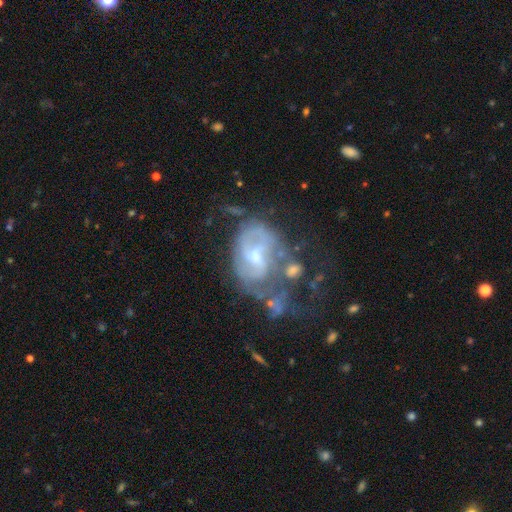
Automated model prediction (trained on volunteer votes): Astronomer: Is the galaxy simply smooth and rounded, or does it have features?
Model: featured or disk — 75%.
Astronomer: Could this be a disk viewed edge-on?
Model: no — 97%.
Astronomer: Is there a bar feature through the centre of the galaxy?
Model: weak — 51% (runner-up: no, 38%).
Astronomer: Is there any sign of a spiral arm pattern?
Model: yes — 73%.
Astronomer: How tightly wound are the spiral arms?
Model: tight — 41% (runner-up: medium, 40%).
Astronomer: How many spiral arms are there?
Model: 2 — 40% (runner-up: can't tell, 38%).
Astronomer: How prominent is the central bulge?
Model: moderate — 50% (runner-up: small, 38%).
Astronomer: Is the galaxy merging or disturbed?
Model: major disturbance — 33% (runner-up: none, 27%).